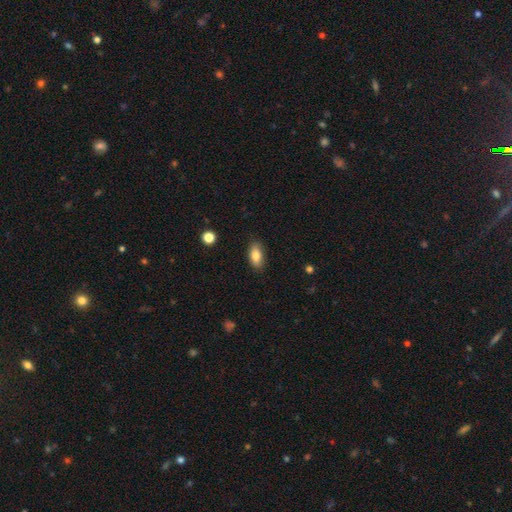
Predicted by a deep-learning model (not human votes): Morphology: type=smooth (83%); roundness=in between (88%); merging=none (87%).